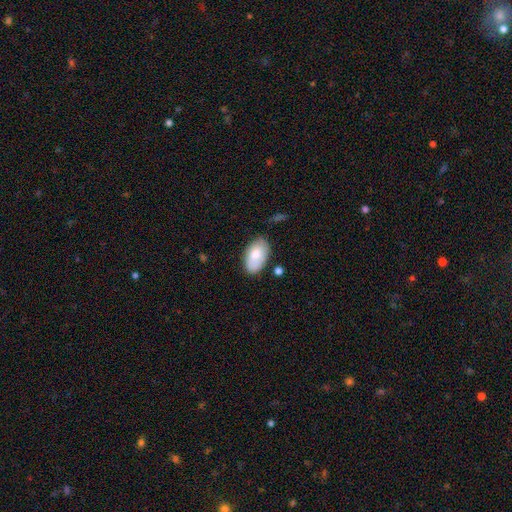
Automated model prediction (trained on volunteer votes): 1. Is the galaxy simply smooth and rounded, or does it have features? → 78% smooth, 16% featured or disk, 6% star or artifact.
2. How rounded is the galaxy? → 94% in between, 4% round, 1% cigar-shaped.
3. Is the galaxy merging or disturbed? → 71% none, 20% minor disturbance, 4% merger, 4% major disturbance.